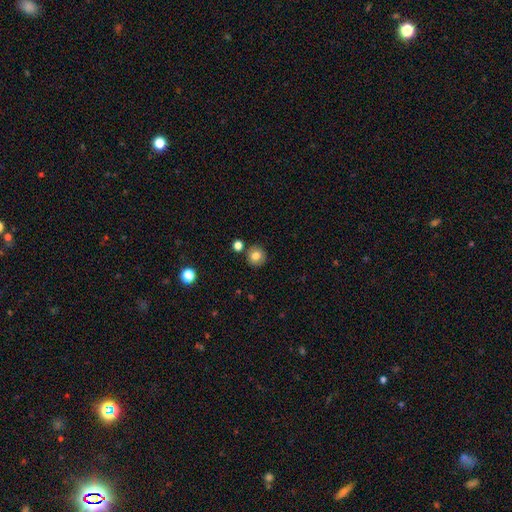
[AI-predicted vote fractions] This appears to be a smooth galaxy with no disk features (80%) that is round (92%). Merging: none (85%).